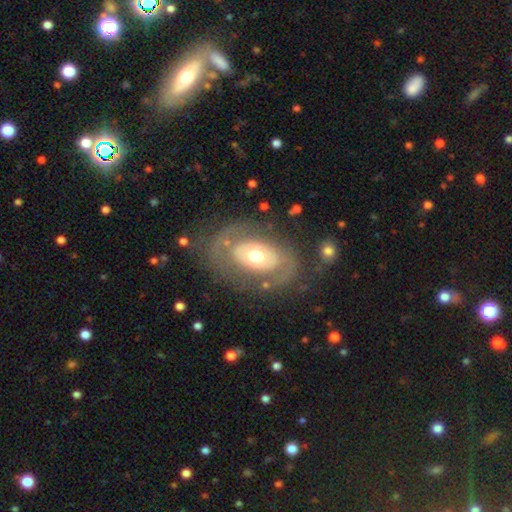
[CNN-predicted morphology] Smooth or featured? featured or disk (64%)
Edge-on disk? no (94%)
Bar? no (83%)
Spiral arms? no (60%)
Bulge size? moderate (65%)
Merging? none (71%)